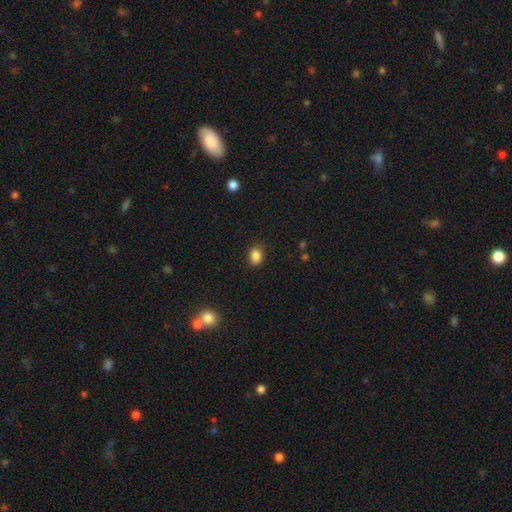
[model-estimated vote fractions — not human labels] smooth_or_featured: smooth (p=0.86) [alt: star or artifact p=0.10]
how_rounded: in between (p=0.69) [alt: round p=0.29]
merging: none (p=0.84) [alt: minor disturbance p=0.12]